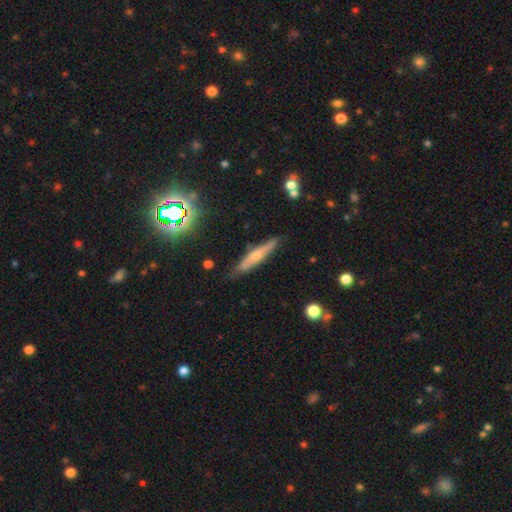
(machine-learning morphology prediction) The model was most divided on "smooth or featured": featured or disk: 47%, smooth: 44%, star or artifact: 9%. More confident: merging — none (81%).